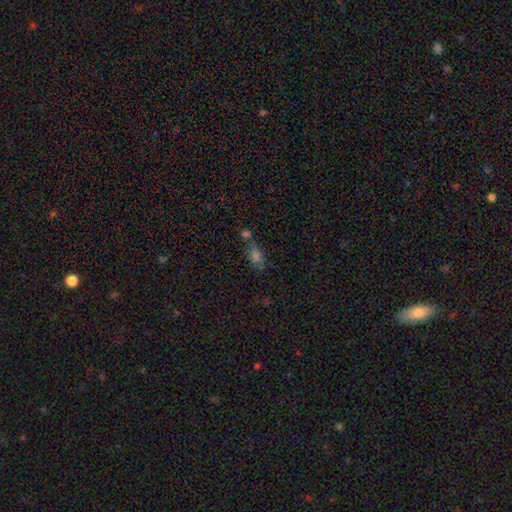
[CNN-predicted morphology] smooth_or_featured: smooth (p=0.58) [alt: star or artifact p=0.24]
how_rounded: in between (p=0.74) [alt: cigar-shaped p=0.15]
merging: none (p=0.59) [alt: merger p=0.20]